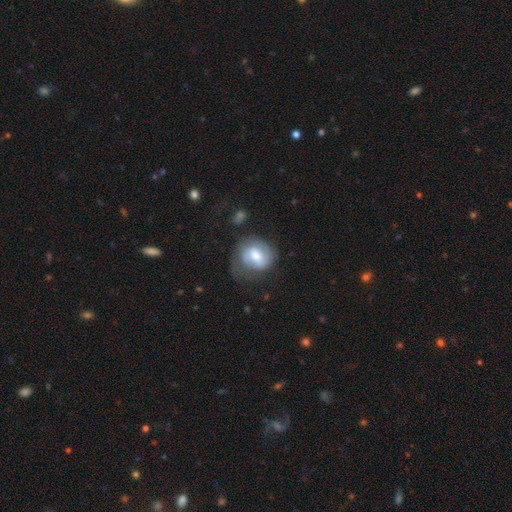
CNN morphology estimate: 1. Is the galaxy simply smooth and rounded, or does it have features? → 53% smooth, 39% featured or disk, 7% star or artifact.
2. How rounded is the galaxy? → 67% round, 32% in between, 1% cigar-shaped.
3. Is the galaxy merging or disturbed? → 46% none, 28% minor disturbance, 23% major disturbance, 4% merger.